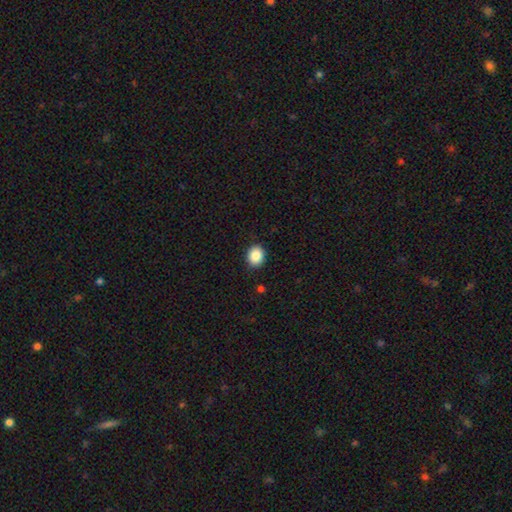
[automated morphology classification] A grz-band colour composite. It shows a smooth galaxy with no disk features (87%) that is round (67%). Merging: none (90%).